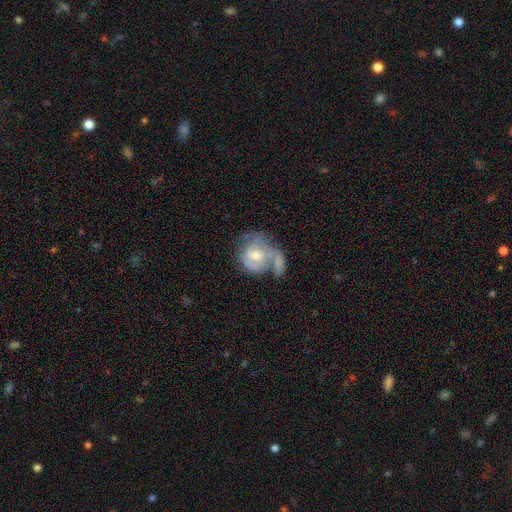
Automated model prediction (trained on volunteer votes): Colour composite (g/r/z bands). It shows a featured or disk galaxy (65%) with no bar (67%), spiral arms (75%) and a moderate central bulge (54%). Merging: merger (40%).